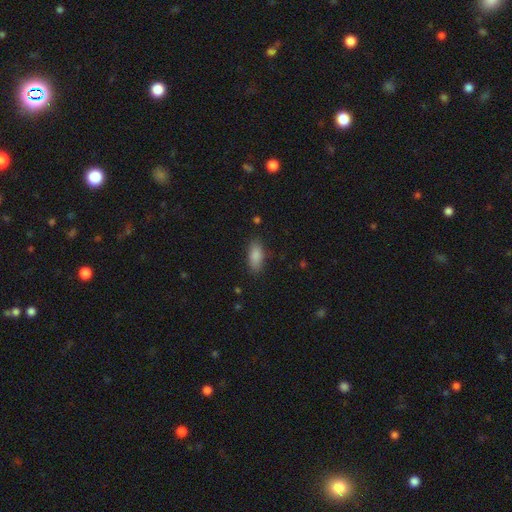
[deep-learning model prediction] smooth 87%, star or artifact 7%, featured or disk 6%. Down the decision tree: how rounded — in between (84%); merging — none (84%).